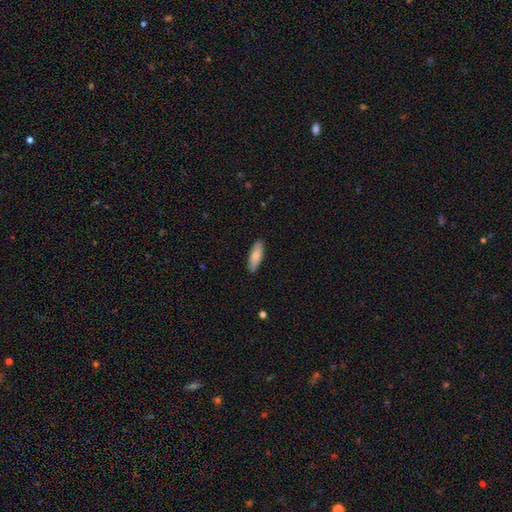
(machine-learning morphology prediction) smooth 81%, featured or disk 14%, star or artifact 5%. Down the decision tree: how rounded — in between (61%); merging — none (88%).